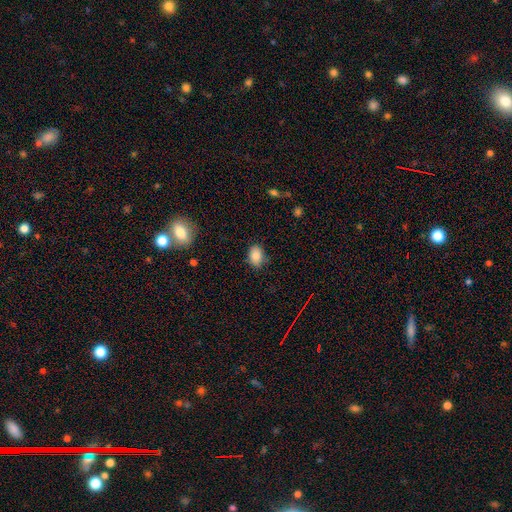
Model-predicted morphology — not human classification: Smooth or featured? Predicted: smooth (p=0.85). How rounded? Predicted: in between (p=0.74). Merging? Predicted: none (p=0.79).